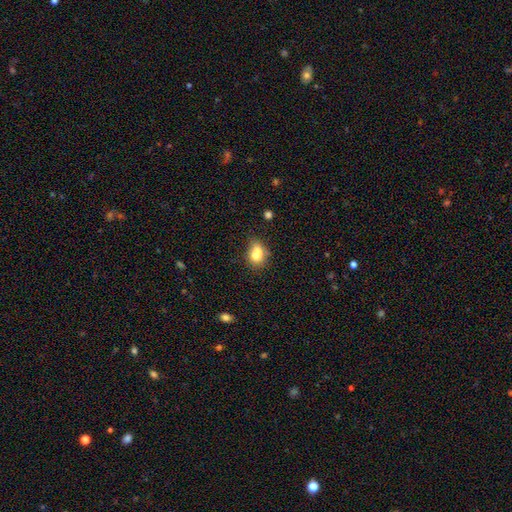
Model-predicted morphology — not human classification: type=smooth (69%); roundness=round (50%); merging=merger (56%).